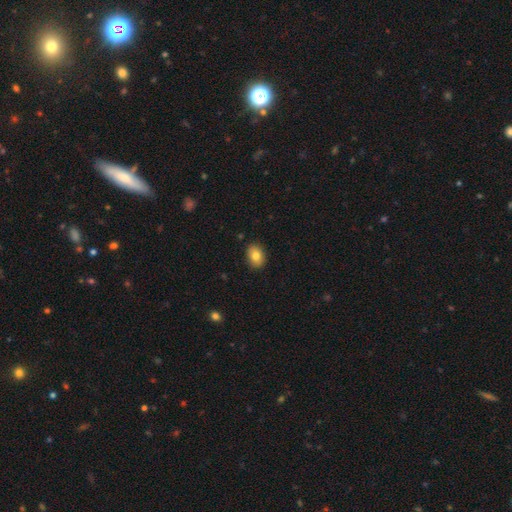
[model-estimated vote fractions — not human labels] Morphology: type=smooth (82%); roundness=in between (73%); merging=none (89%).